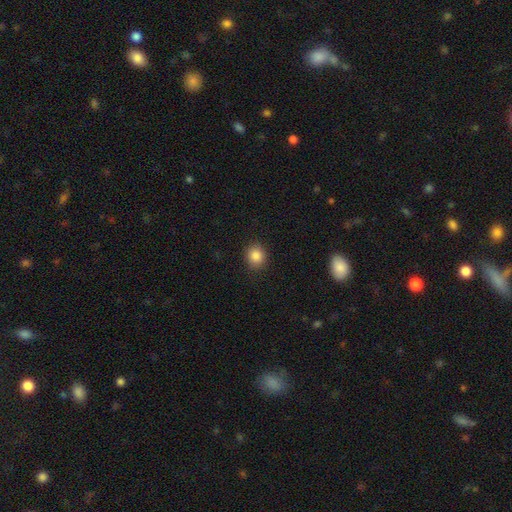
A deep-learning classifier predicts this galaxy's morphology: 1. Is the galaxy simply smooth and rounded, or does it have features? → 86% smooth, 10% star or artifact, 4% featured or disk.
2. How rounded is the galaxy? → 74% round, 25% in between, 1% cigar-shaped.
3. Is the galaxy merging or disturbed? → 89% none, 7% minor disturbance, 2% major disturbance, 1% merger.